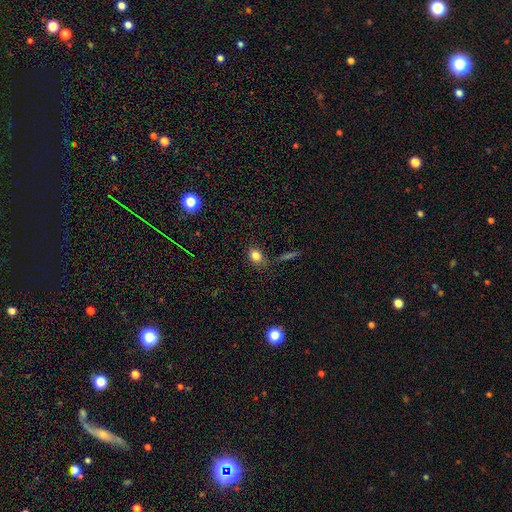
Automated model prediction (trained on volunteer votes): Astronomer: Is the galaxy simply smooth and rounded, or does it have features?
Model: smooth — 81%.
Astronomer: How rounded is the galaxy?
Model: in between — 65%.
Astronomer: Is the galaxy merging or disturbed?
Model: none — 81%.